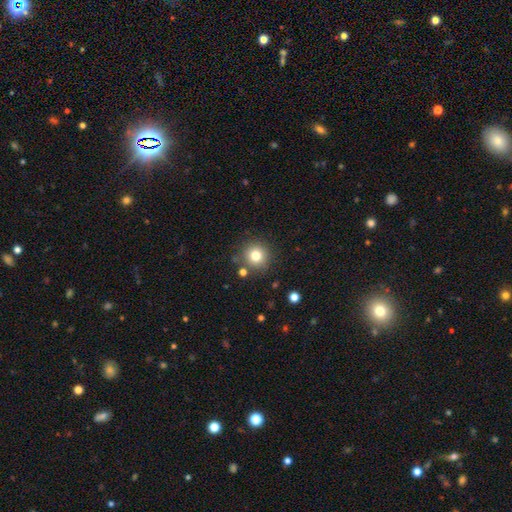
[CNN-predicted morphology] smooth-or-featured: smooth: 78% | star or artifact: 13% | featured or disk: 9%
  how-rounded: round: 94% | in between: 5% | cigar-shaped: 1%
  merging: none: 83% | minor disturbance: 9% | merger: 5% | major disturbance: 3%